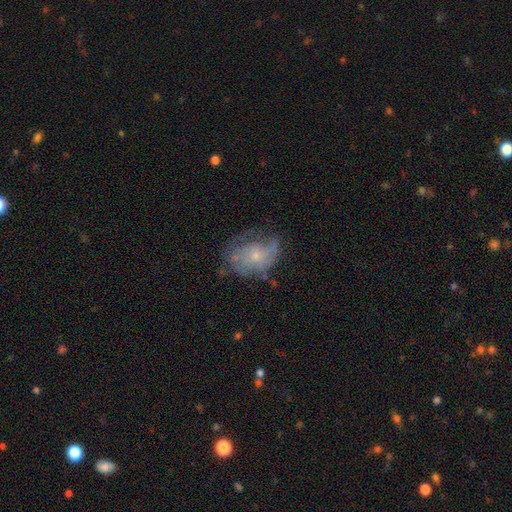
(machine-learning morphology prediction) This is possibly a featured or disk galaxy (57%). It is clearly not viewed edge-on (97%). Bar: clearly no (82%). Spiral arm pattern: likely yes (66%). Central bulge: likely small (71%). Merging: marginally none (45%).